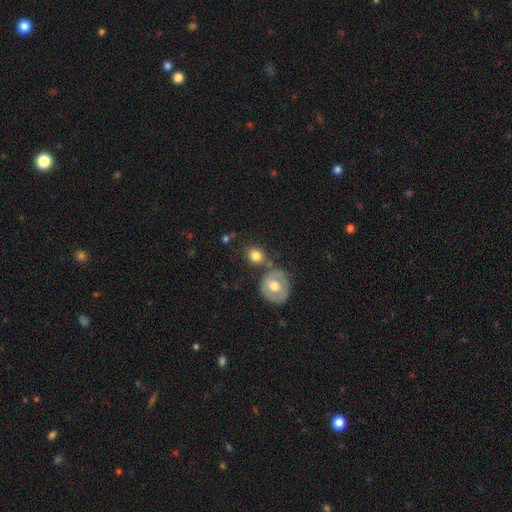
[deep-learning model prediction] smooth_or_featured: smooth (p=0.78) [alt: featured or disk p=0.14]
how_rounded: round (p=0.67) [alt: in between p=0.31]
merging: none (p=0.63) [alt: merger p=0.18]